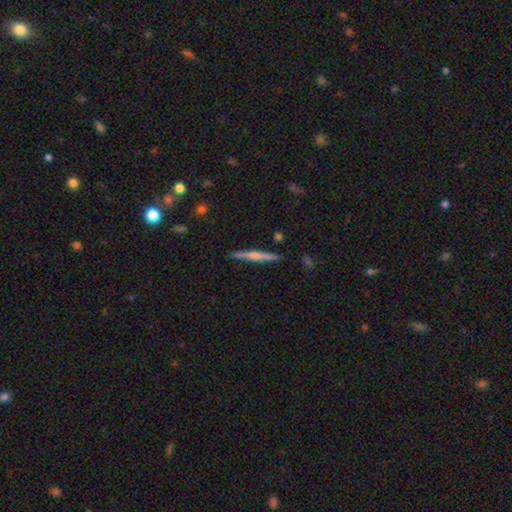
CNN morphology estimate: A featured or disk galaxy (55%) viewed edge-on (97%) with a rounded central bulge (65%).

Vote fractions:
- Smooth or featured? featured or disk: 55% / smooth: 39% / star or artifact: 6%
- Edge-on disk? yes: 97% / no: 3%
- Edge-on bulge? rounded: 65% / none: 25% / boxy: 10%
- Merging? none: 89% / minor disturbance: 8% / merger: 2% / major disturbance: 2%